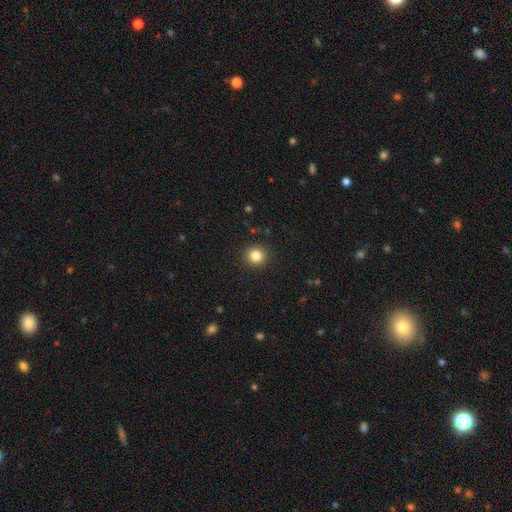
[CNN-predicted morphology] A smooth galaxy with no disk features (83%) that is round (93%). Merging: none (92%).